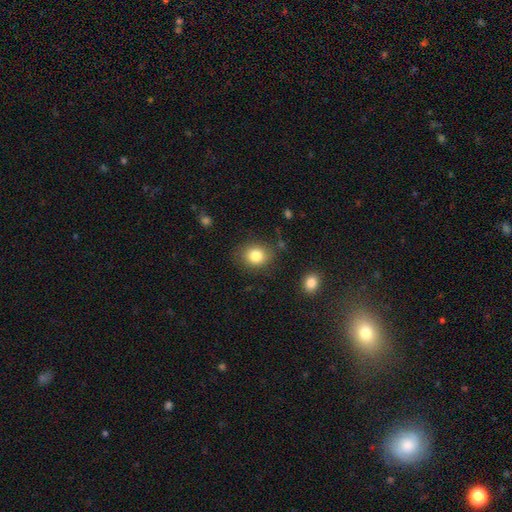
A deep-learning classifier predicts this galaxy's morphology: A smooth galaxy with no disk features (82%) that is round (68%).

Vote fractions:
- Smooth or featured? smooth: 82% / star or artifact: 10% / featured or disk: 8%
- How rounded? round: 68% / in between: 31% / cigar-shaped: 1%
- Merging? none: 81% / minor disturbance: 13% / major disturbance: 4% / merger: 2%